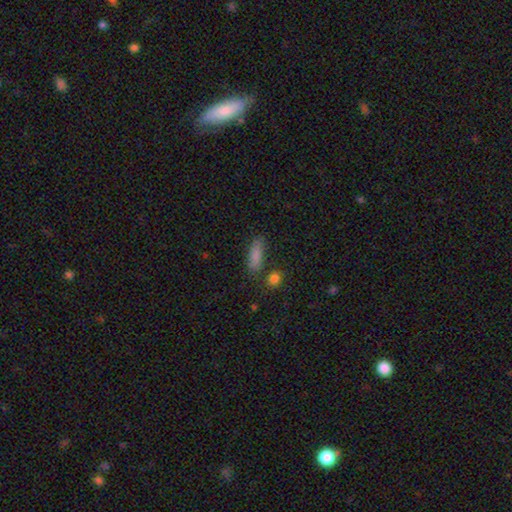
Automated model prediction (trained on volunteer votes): Smooth or featured: smooth — 84% (star or artifact — 8%)
How rounded: in between — 56% (cigar-shaped — 40%)
Merging: none — 74% (minor disturbance — 15%)